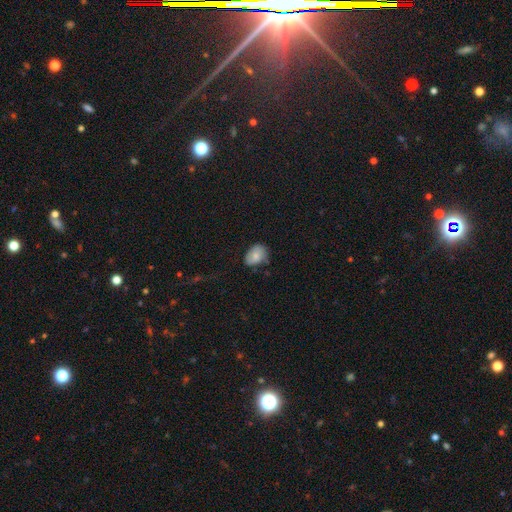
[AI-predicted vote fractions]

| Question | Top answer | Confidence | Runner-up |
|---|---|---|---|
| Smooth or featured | smooth | 77% | featured or disk (15%) |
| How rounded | in between | 79% | round (19%) |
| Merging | none | 60% | minor disturbance (30%) |